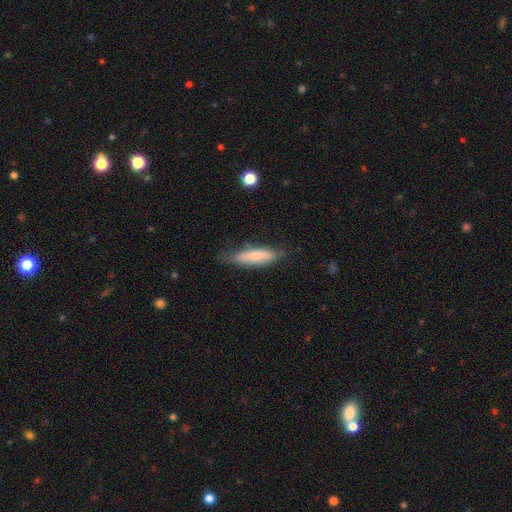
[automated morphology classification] This is likely a smooth galaxy (70%). How rounded: likely cigar-shaped (61%). Merging: likely none (70%).